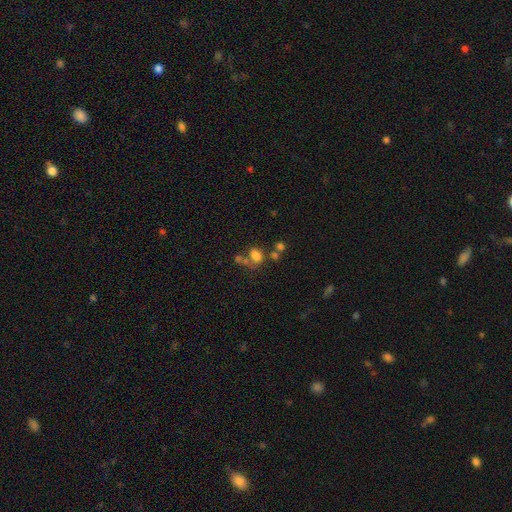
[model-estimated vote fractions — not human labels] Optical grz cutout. It shows a smooth galaxy with no disk features (72%) that is in between round and cigar-shaped (70%). Merging: none (42%).